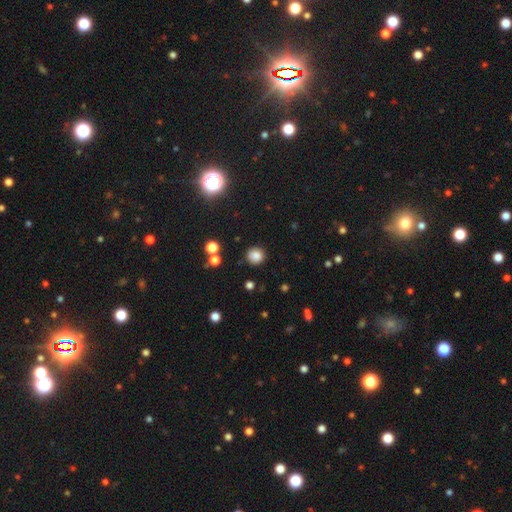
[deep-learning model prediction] This appears to be a smooth galaxy with no disk features (82%) that is round (93%). Merging: none (88%).